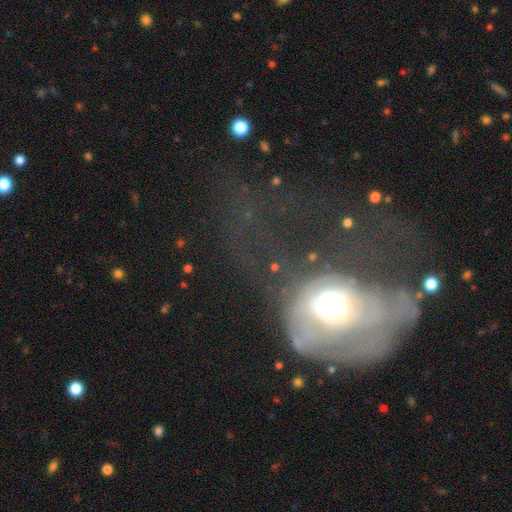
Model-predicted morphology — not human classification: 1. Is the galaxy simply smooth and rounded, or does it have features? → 44% featured or disk, 40% smooth, 17% star or artifact.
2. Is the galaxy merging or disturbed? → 68% major disturbance, 13% none, 12% minor disturbance, 7% merger.